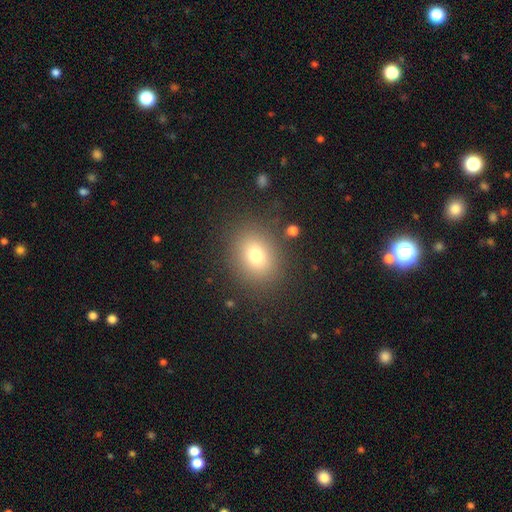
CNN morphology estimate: A smooth galaxy with no disk features (75%) that is round (58%).

Vote fractions:
- Smooth or featured? smooth: 75% / star or artifact: 14% / featured or disk: 11%
- How rounded? round: 58% / in between: 41% / cigar-shaped: 1%
- Merging? none: 85% / minor disturbance: 9% / major disturbance: 4% / merger: 2%